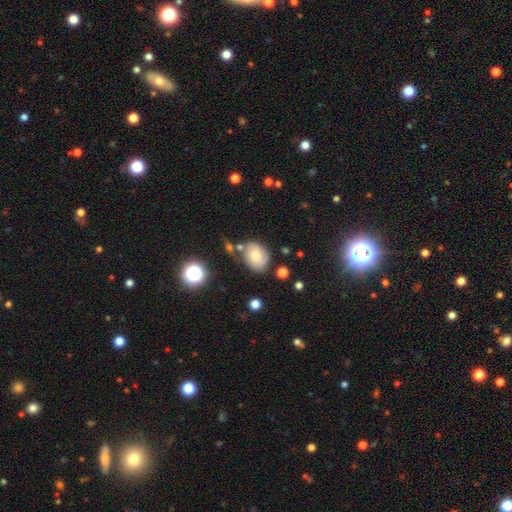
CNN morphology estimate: A smooth galaxy with no disk features (62%) that is in between round and cigar-shaped (69%). Merging: none (63%).